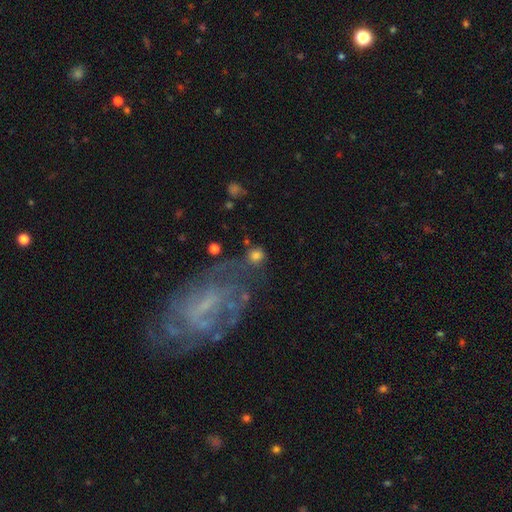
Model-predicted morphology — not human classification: A smooth galaxy with no disk features (72%) that is round (86%). Merging: none (65%).